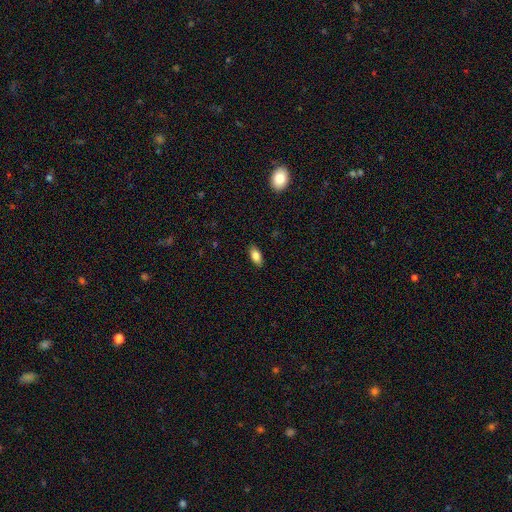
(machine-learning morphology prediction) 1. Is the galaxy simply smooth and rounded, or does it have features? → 85% smooth, 8% star or artifact, 7% featured or disk.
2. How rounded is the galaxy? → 90% in between, 6% cigar-shaped, 4% round.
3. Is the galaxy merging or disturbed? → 88% none, 9% minor disturbance, 2% major disturbance, 1% merger.